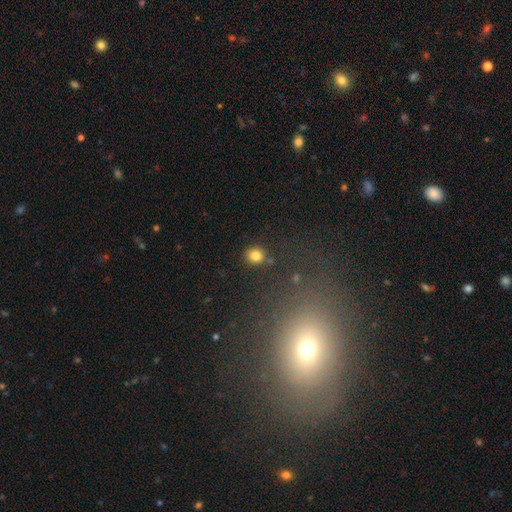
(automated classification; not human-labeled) smooth-or-featured: smooth: 81% | star or artifact: 13% | featured or disk: 6%
  how-rounded: round: 80% | in between: 20% | cigar-shaped: 1%
  merging: none: 83% | minor disturbance: 9% | merger: 5% | major disturbance: 3%